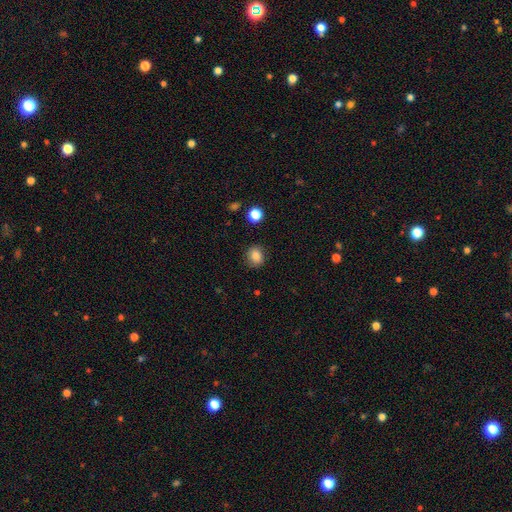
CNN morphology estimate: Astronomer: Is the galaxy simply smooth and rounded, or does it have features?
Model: smooth — 82%.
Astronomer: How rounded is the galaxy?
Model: round — 75%.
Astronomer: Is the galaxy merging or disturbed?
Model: none — 86%.